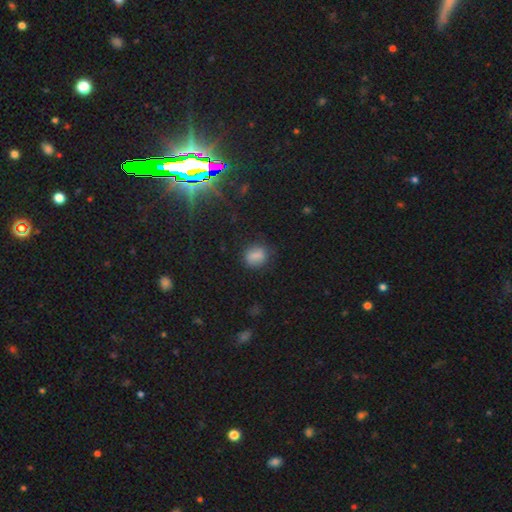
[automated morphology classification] smooth 78%, star or artifact 13%, featured or disk 9%. Down the decision tree: how rounded — round (57%); merging — none (77%).